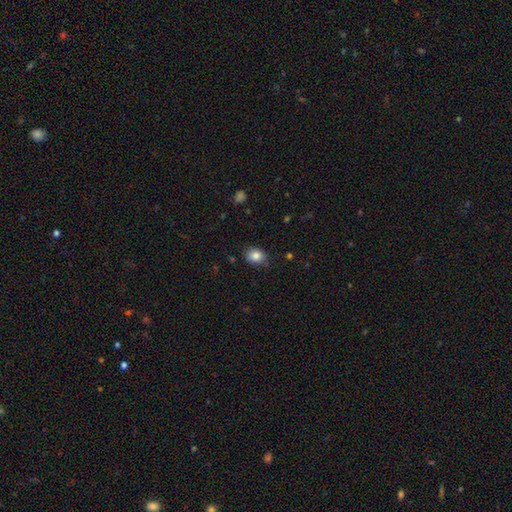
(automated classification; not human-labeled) smooth_or_featured: smooth (p=0.84) [alt: star or artifact p=0.09]
how_rounded: in between (p=0.55) [alt: round p=0.44]
merging: none (p=0.79) [alt: minor disturbance p=0.17]